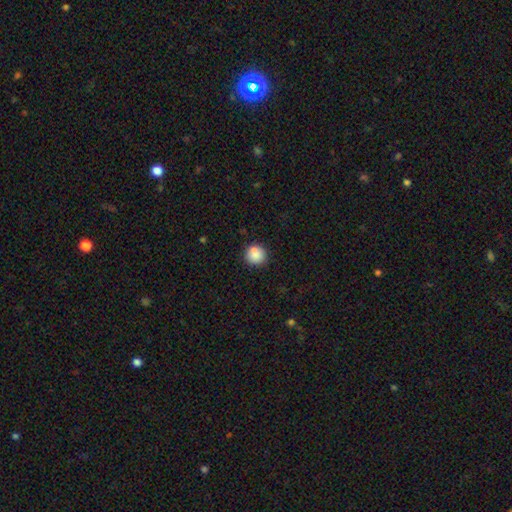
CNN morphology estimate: Q: Smooth or featured?
A: smooth (87%); runner-up: star or artifact (9%)
Q: How rounded?
A: round (86%); runner-up: in between (13%)
Q: Merging?
A: none (81%); runner-up: minor disturbance (12%)